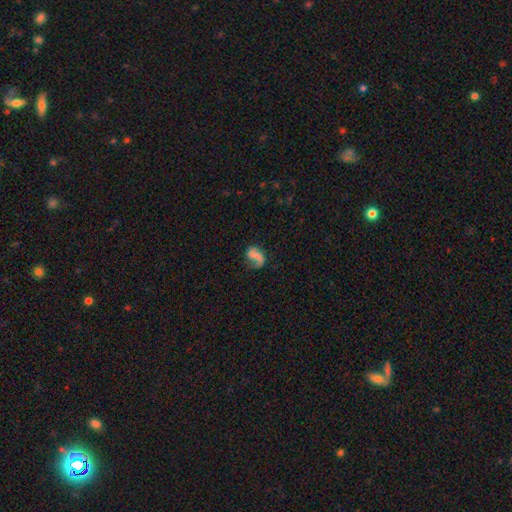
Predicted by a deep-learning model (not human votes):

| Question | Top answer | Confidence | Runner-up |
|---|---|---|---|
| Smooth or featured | smooth | 46% | featured or disk (43%) |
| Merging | none | 34% | tied: major disturbance (34%) |